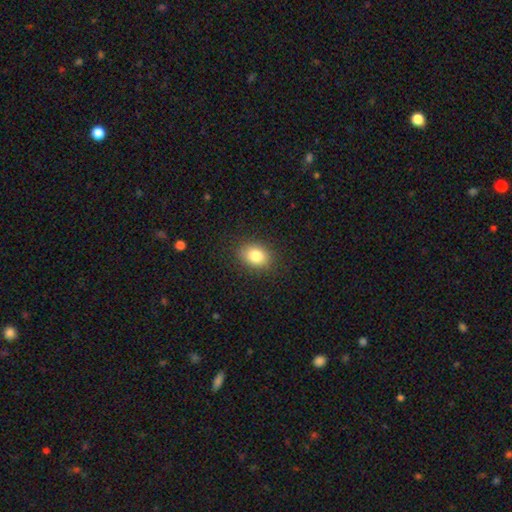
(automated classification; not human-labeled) Smooth or featured? Predicted: smooth (p=0.83). How rounded? Predicted: in between (p=0.65). Merging? Predicted: none (p=0.86).